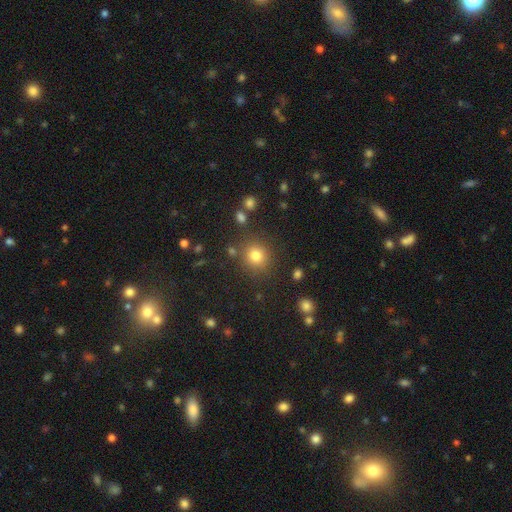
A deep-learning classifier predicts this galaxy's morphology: smooth 80%, star or artifact 14%, featured or disk 6%. Down the decision tree: how rounded — round (89%); merging — none (83%).